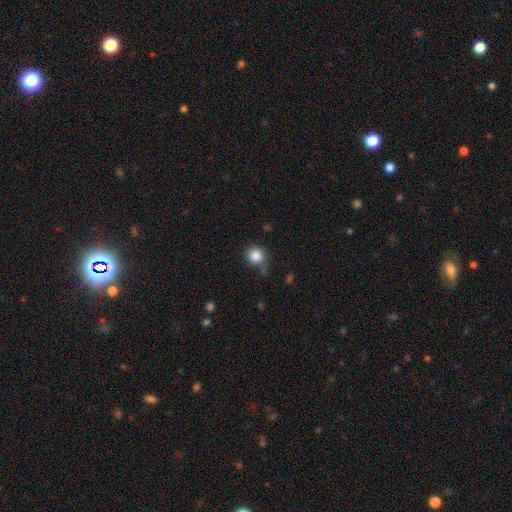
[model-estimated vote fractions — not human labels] A smooth galaxy with no disk features (86%) that is round (88%). Merging: none (66%).